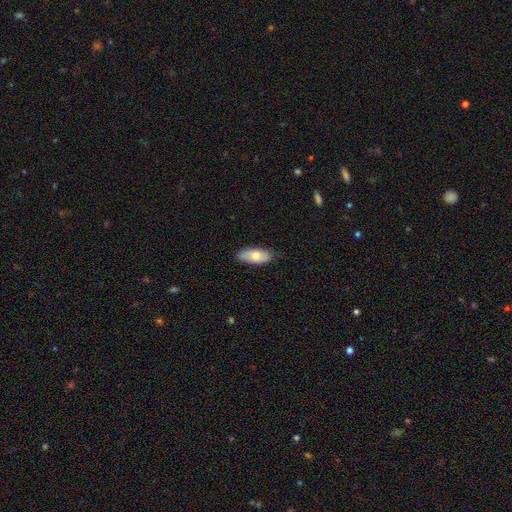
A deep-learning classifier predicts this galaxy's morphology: This appears to be a smooth galaxy with no disk features (73%) that is in between round and cigar-shaped (83%). Merging: none (81%).